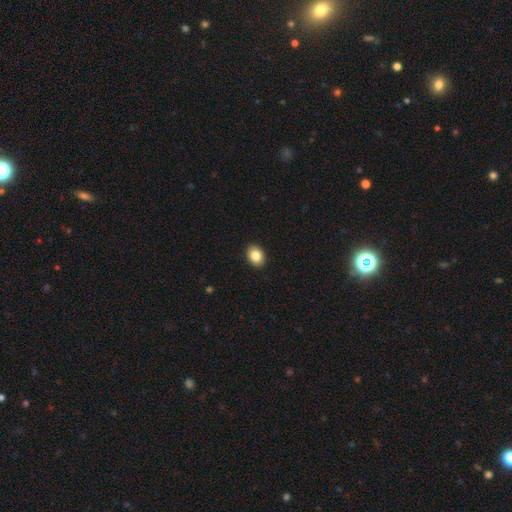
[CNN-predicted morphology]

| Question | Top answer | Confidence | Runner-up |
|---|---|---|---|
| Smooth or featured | smooth | 84% | star or artifact (8%) |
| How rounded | in between | 67% | round (32%) |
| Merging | none | 91% | minor disturbance (7%) |